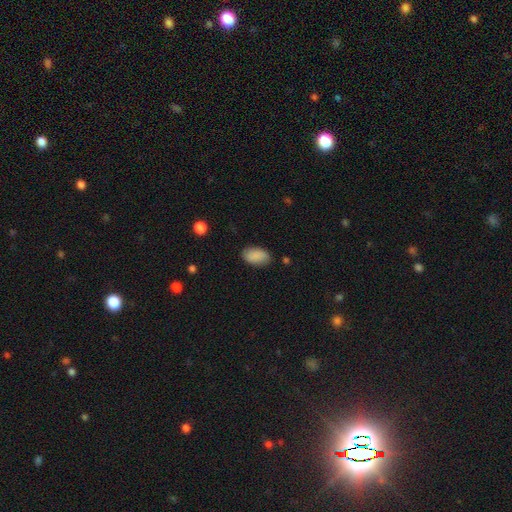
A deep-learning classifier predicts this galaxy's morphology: smooth 89%, star or artifact 7%, featured or disk 4%. Down the decision tree: how rounded — in between (93%); merging — none (83%).